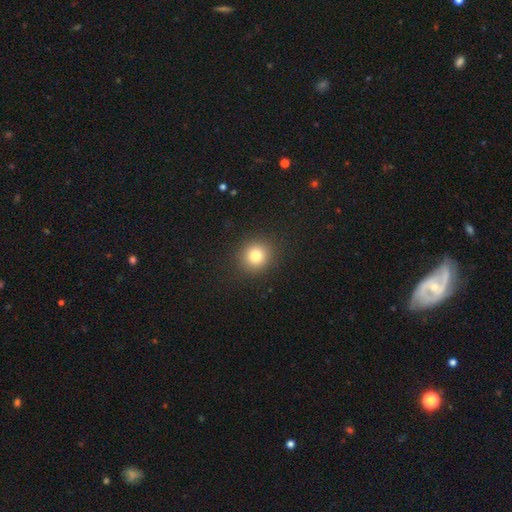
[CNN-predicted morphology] Smooth or featured? Predicted: smooth (p=0.80). How rounded? Predicted: round (p=0.89). Merging? Predicted: none (p=0.90).